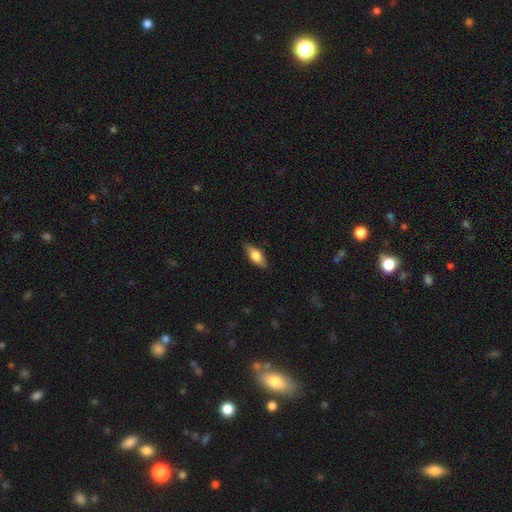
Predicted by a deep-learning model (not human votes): The model was most divided on "smooth or featured": smooth: 67%, featured or disk: 27%, star or artifact: 6%. More confident: merging — none (85%); how rounded — in between (74%).